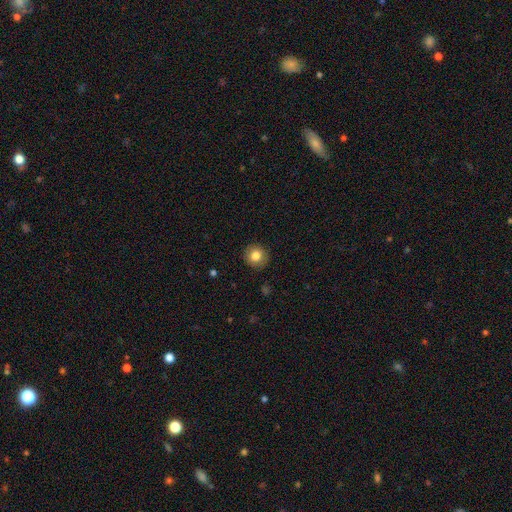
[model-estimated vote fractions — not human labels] A smooth galaxy with no disk features (82%) that is round (92%). Merging: none (90%).